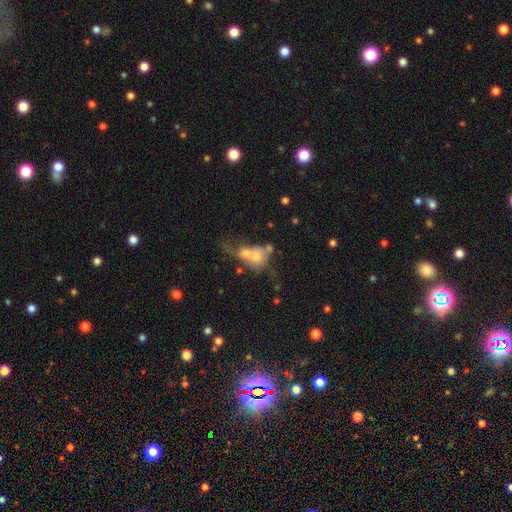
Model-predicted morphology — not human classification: Smooth or featured: smooth — 51% (featured or disk — 33%)
How rounded: in between — 60% (round — 35%)
Merging: merger — 50% (major disturbance — 25%)